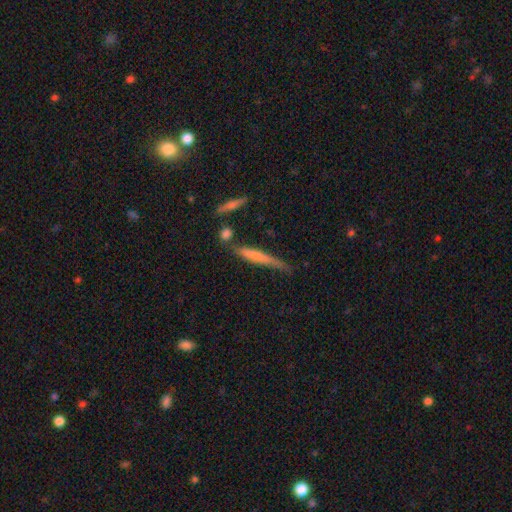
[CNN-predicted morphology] Smooth or featured? Predicted: smooth (p=0.58). How rounded? Predicted: cigar-shaped (p=0.93). Merging? Predicted: none (p=0.56).